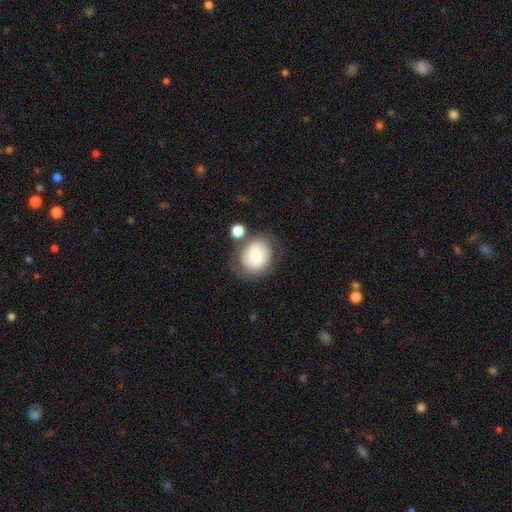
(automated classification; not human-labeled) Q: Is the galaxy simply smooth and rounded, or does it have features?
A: smooth — 63%.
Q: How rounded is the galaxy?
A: round — 78%.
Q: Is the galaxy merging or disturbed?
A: none — 64%.